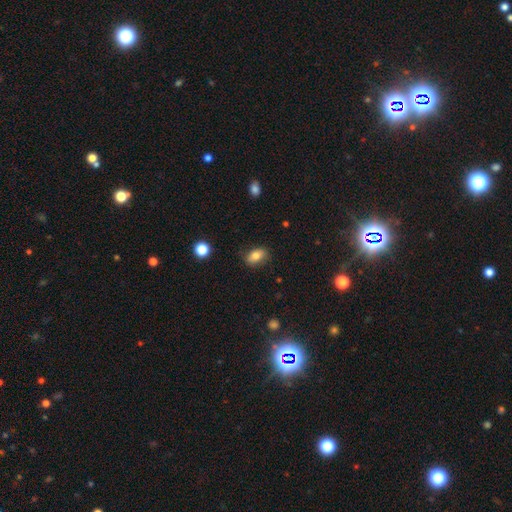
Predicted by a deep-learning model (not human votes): This appears to be a smooth galaxy with no disk features (79%) that is in between round and cigar-shaped (84%). Merging: none (81%).